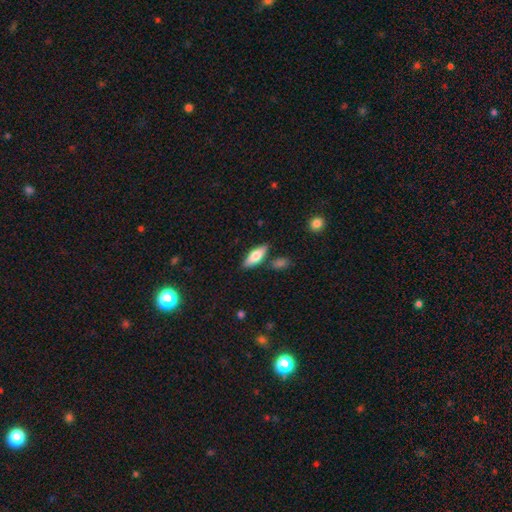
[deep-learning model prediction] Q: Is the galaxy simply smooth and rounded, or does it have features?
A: smooth — 66%.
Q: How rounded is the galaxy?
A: in between — 69%.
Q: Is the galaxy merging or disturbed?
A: none — 80%.